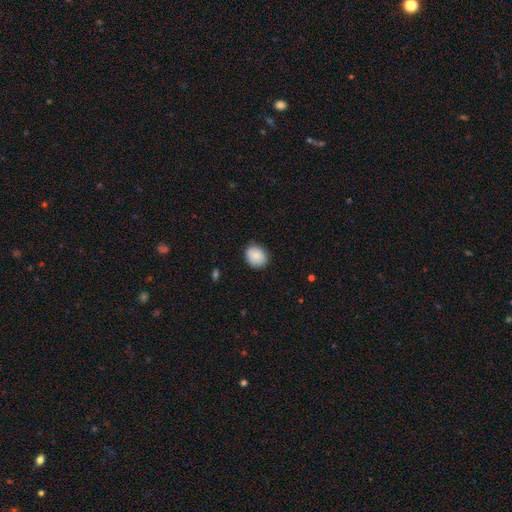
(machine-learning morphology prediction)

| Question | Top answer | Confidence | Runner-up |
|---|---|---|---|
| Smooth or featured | smooth | 81% | featured or disk (12%) |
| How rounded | round | 65% | in between (34%) |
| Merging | none | 84% | minor disturbance (13%) |